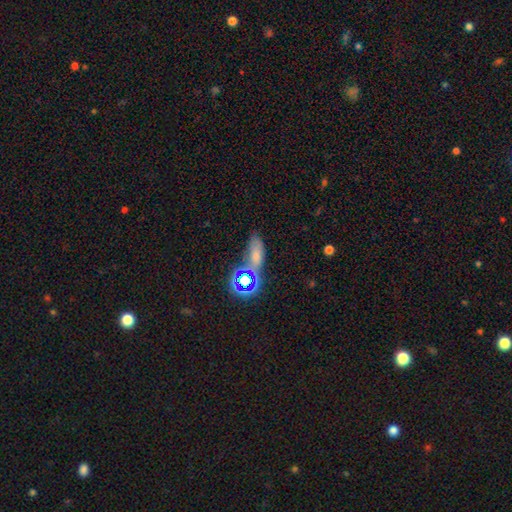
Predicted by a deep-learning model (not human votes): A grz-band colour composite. It shows a smooth galaxy with no disk features (54%) that is in between round and cigar-shaped (68%). Merging: none (46%).